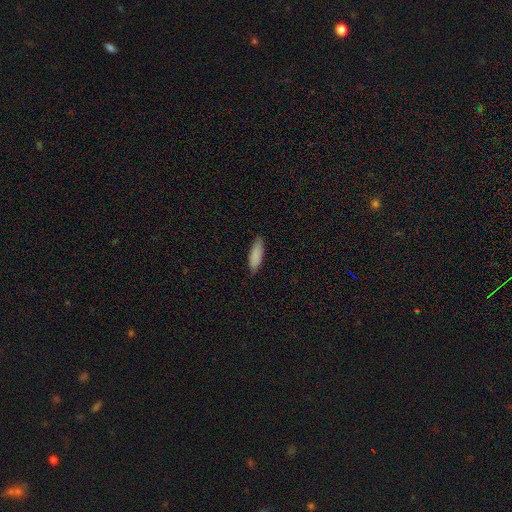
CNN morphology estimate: smooth 86%, featured or disk 8%, star or artifact 6%. Down the decision tree: how rounded — in between (51%); merging — none (82%).